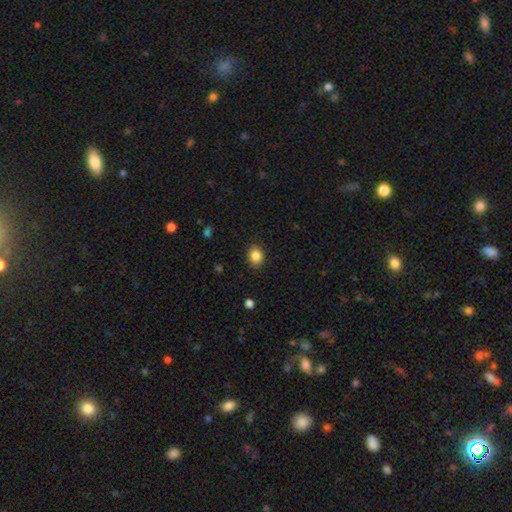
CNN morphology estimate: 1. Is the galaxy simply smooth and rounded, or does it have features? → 86% smooth, 9% star or artifact, 4% featured or disk.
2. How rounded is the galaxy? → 52% in between, 47% round, 1% cigar-shaped.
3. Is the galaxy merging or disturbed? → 86% none, 11% minor disturbance, 3% major disturbance, 1% merger.